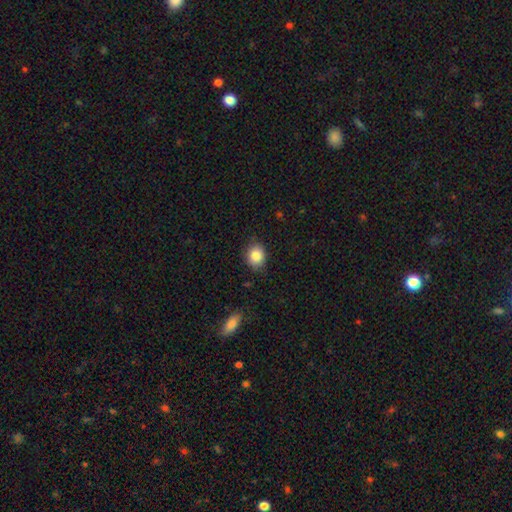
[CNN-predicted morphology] The model was most divided on "how rounded": round: 61%, in between: 38%, cigar-shaped: 1%. More confident: smooth or featured — smooth (85%); merging — none (83%).